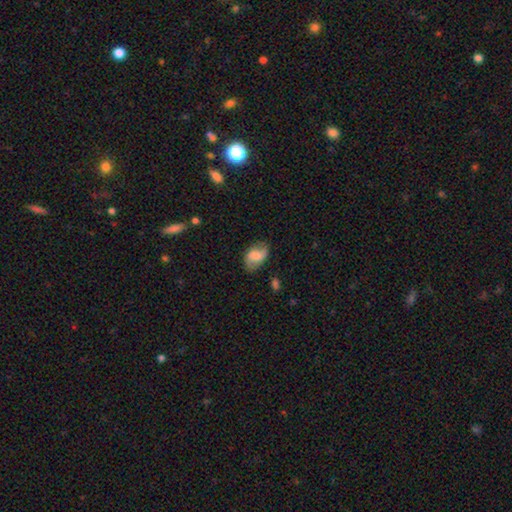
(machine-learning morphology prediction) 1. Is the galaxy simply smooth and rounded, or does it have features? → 54% smooth, 38% featured or disk, 8% star or artifact.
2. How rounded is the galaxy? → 87% in between, 11% round, 2% cigar-shaped.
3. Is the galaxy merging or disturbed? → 68% none, 23% minor disturbance, 7% major disturbance, 2% merger.